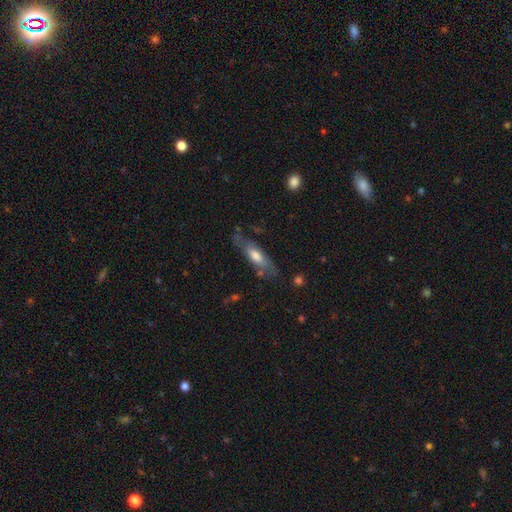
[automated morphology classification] Smooth or featured?
  - featured or disk: 47% * (tied)
  - smooth: 47% * (tied)
  - star or artifact: 6%
Merging?
  - none: 65% *
  - minor disturbance: 23%
  - major disturbance: 9%
  - merger: 3%